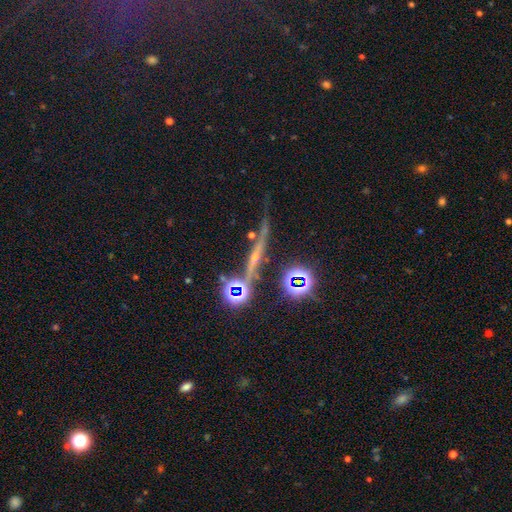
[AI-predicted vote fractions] Smooth or featured: featured or disk — 44% (star or artifact — 42%)
Merging: none — 64% (minor disturbance — 15%)